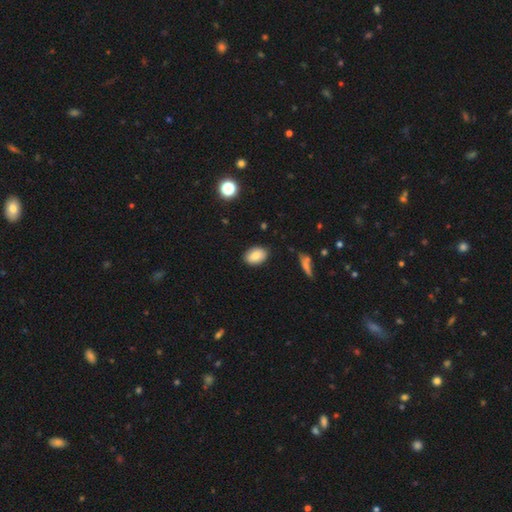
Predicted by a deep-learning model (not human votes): The model was most divided on "how rounded": in between: 84%, round: 15%, cigar-shaped: 1%. More confident: merging — none (87%); smooth or featured — smooth (83%).